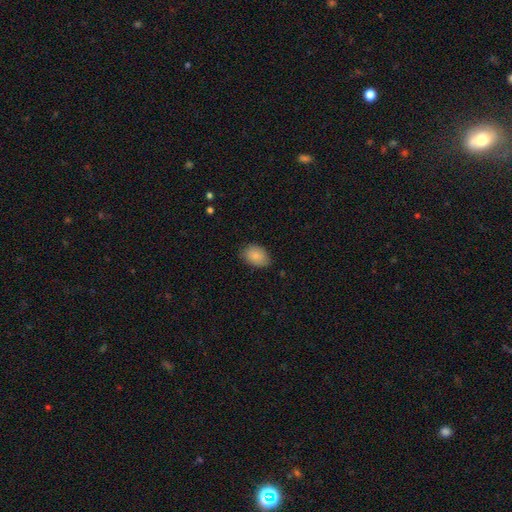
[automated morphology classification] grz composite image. It shows a smooth galaxy with no disk features (85%) that is in between round and cigar-shaped (79%). Merging: none (77%).